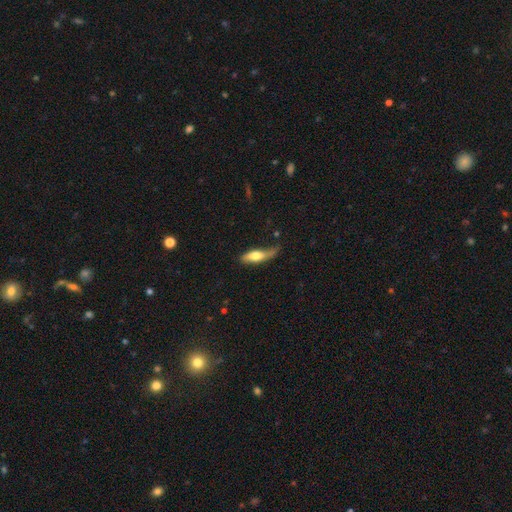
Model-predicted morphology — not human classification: Smooth or featured: smooth — 55% (featured or disk — 39%)
How rounded: in between — 49% (cigar-shaped — 48%)
Merging: none — 41% (minor disturbance — 36%)